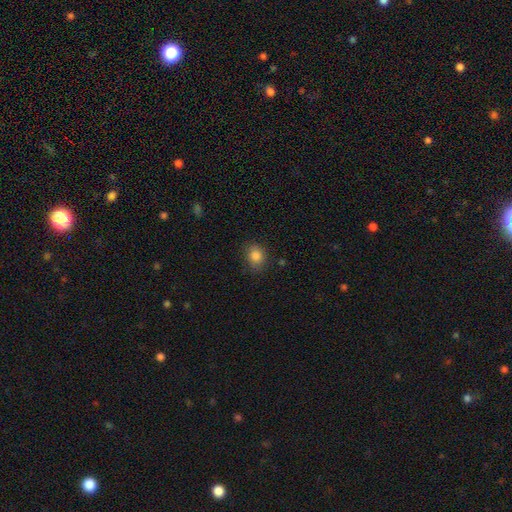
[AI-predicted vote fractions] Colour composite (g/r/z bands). It shows a smooth galaxy with no disk features (84%) that is round (57%). Merging: none (81%).